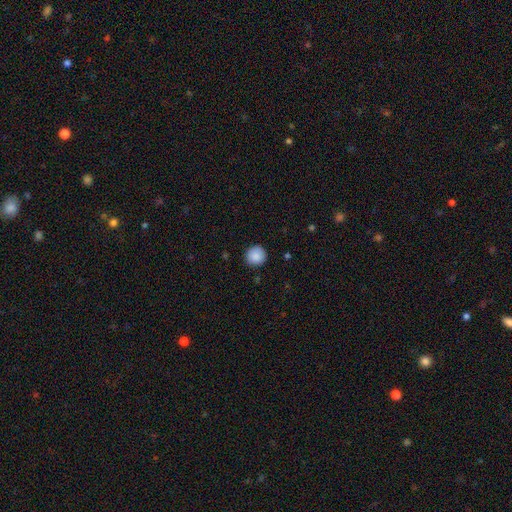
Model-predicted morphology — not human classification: This appears to be a smooth galaxy with no disk features (88%) that is round (95%). Merging: none (90%).